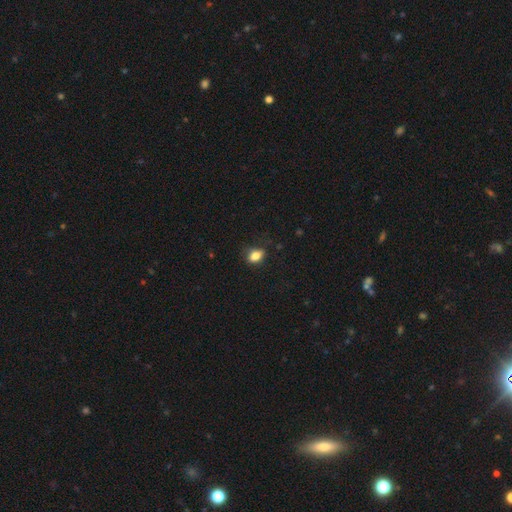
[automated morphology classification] smooth-or-featured: smooth: 83% | star or artifact: 9% | featured or disk: 8%
  how-rounded: in between: 76% | round: 22% | cigar-shaped: 2%
  merging: none: 68% | minor disturbance: 24% | major disturbance: 7% | merger: 2%